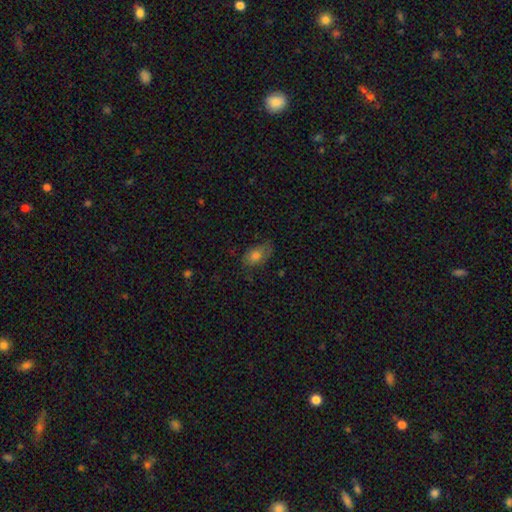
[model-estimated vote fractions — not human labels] This appears to be a smooth galaxy with no disk features (75%) that is in between round and cigar-shaped (85%). Merging: none (63%).